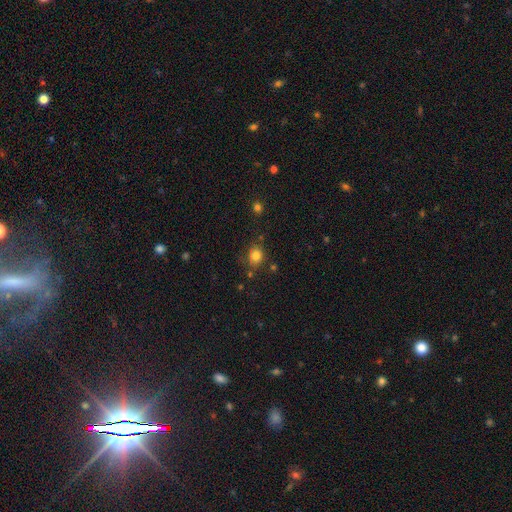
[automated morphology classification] Smooth or featured?
  - smooth: 81% *
  - star or artifact: 13%
  - featured or disk: 6%
How rounded?
  - round: 67% *
  - in between: 32%
  - cigar-shaped: 1%
Merging?
  - none: 76% *
  - minor disturbance: 15%
  - merger: 5%
  - major disturbance: 4%